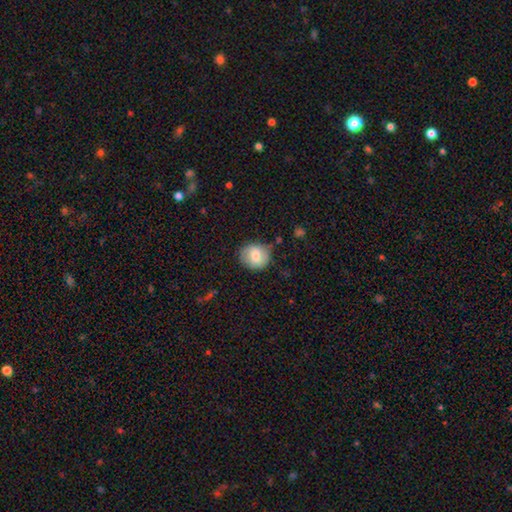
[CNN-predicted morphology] Smooth or featured? Predicted: smooth (p=0.73). How rounded? Predicted: round (p=0.77). Merging? Predicted: none (p=0.75).